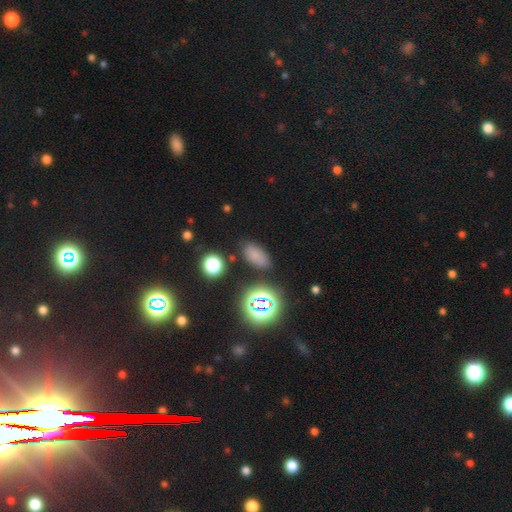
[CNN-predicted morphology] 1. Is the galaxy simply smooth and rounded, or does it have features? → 68% smooth, 24% star or artifact, 8% featured or disk.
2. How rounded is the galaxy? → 88% in between, 9% round, 3% cigar-shaped.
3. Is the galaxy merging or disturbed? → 79% none, 13% minor disturbance, 4% major disturbance, 4% merger.